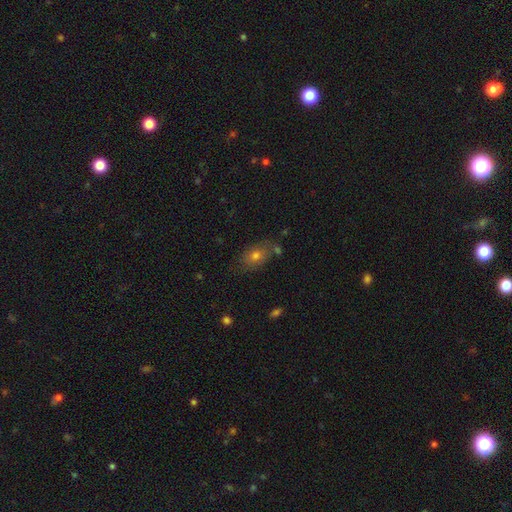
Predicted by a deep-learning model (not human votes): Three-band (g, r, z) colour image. It shows a smooth galaxy with no disk features (71%) that is in between round and cigar-shaped (80%). Merging: none (68%).